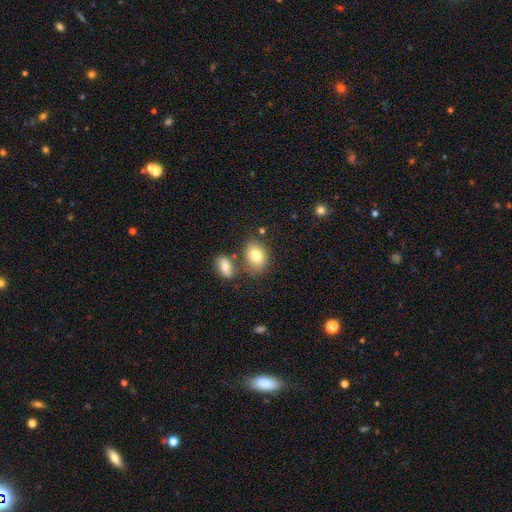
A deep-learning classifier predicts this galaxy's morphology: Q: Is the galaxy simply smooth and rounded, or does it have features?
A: smooth — 80%.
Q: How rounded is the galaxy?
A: in between — 67%.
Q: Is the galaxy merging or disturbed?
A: none — 65%.